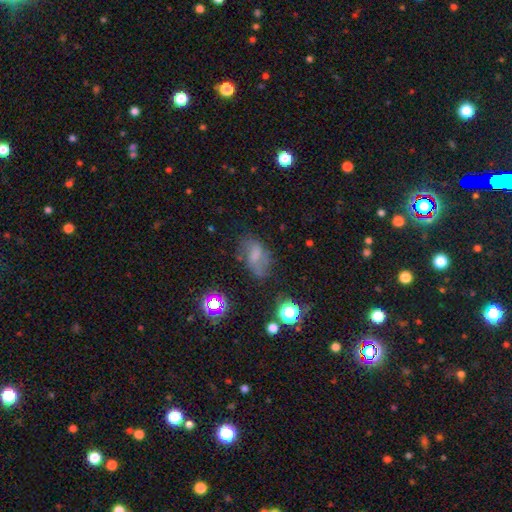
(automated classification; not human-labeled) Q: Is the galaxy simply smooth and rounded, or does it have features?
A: smooth — 48%.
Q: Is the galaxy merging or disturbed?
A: none — 53%.